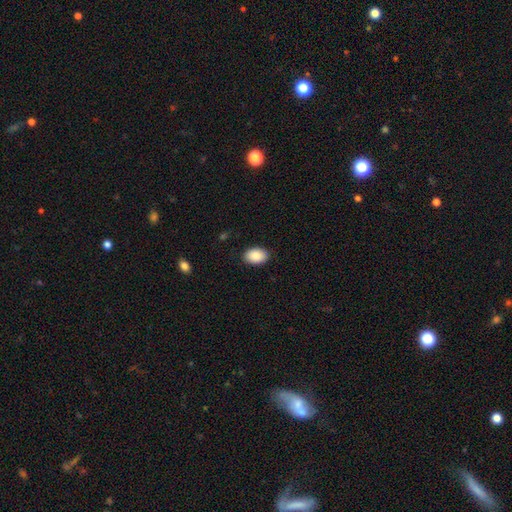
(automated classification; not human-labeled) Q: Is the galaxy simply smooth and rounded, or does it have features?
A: smooth — 88%.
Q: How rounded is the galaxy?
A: in between — 84%.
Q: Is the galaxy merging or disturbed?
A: none — 88%.